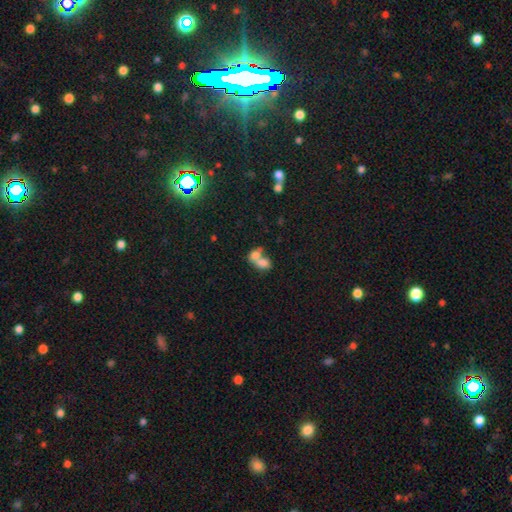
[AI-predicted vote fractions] Smooth or featured? Predicted: smooth (p=0.73). How rounded? Predicted: in between (p=0.76). Merging? Predicted: merger (p=0.73).